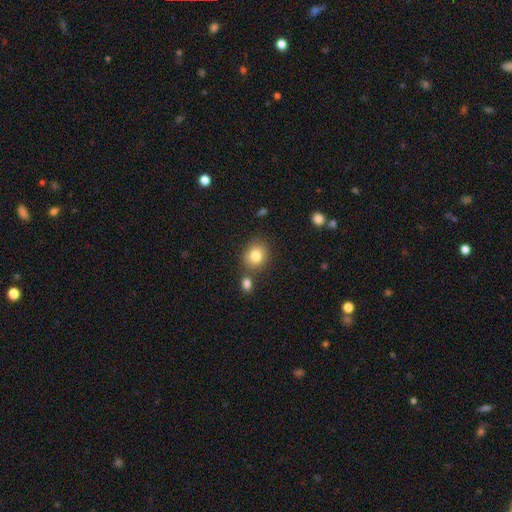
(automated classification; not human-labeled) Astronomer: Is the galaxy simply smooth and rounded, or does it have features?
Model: smooth — 82%.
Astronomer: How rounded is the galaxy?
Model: round — 72%.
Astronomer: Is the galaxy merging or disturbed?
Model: none — 74%.